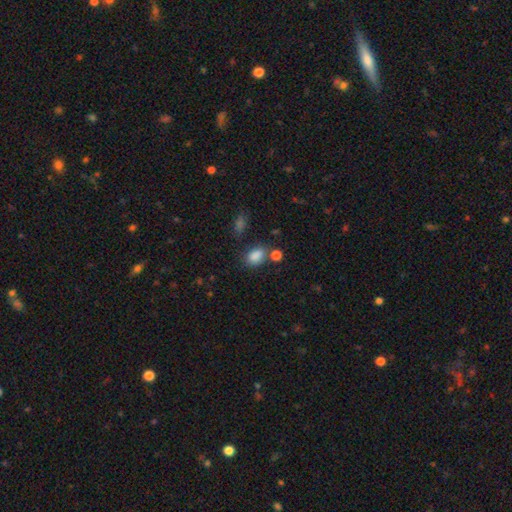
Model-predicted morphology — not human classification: Smooth or featured? smooth (84%)
How rounded? in between (79%)
Merging? none (66%)